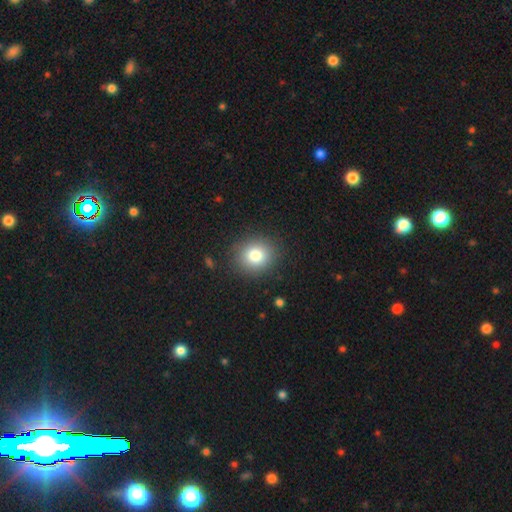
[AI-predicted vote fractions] Smooth or featured: smooth — 79% (star or artifact — 13%)
How rounded: round — 83% (in between — 16%)
Merging: none — 91% (minor disturbance — 6%)